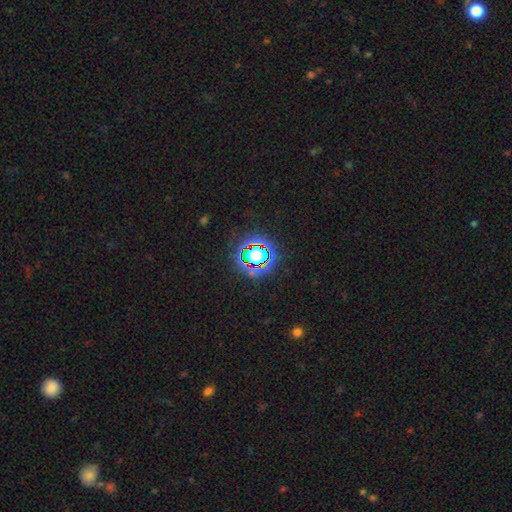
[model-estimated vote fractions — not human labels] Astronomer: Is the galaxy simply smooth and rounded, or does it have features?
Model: star or artifact — 80%.